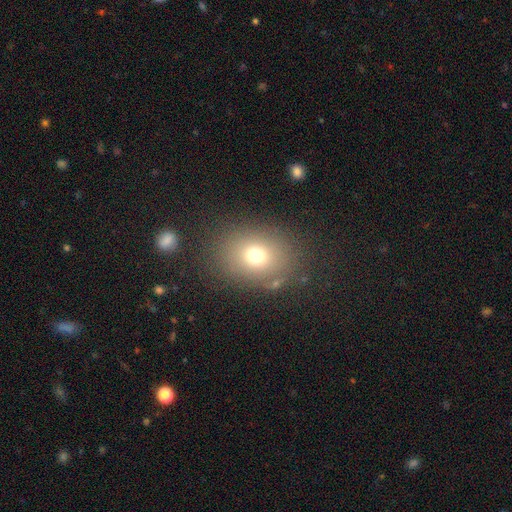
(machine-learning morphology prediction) This is likely a smooth galaxy (72%). How rounded: possibly round (50%). Merging: clearly none (80%).